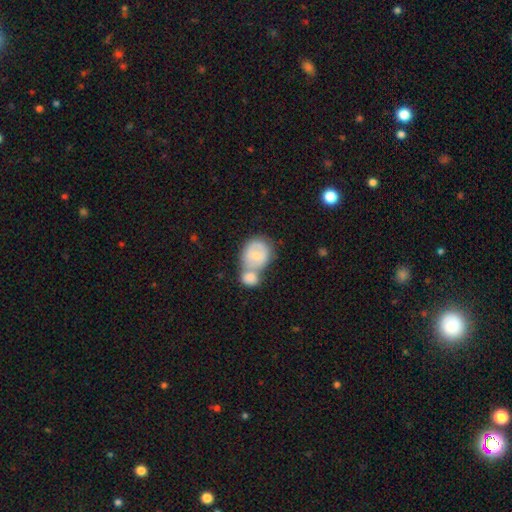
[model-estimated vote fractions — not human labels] Smooth or featured? Predicted: smooth (p=0.60). How rounded? Predicted: round (p=0.63). Merging? Predicted: merger (p=0.66).